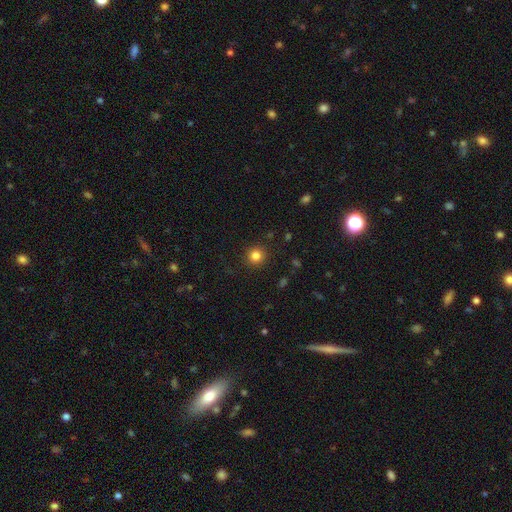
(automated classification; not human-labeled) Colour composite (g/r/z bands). It shows a smooth galaxy with no disk features (83%) that is round (93%). Merging: none (91%).